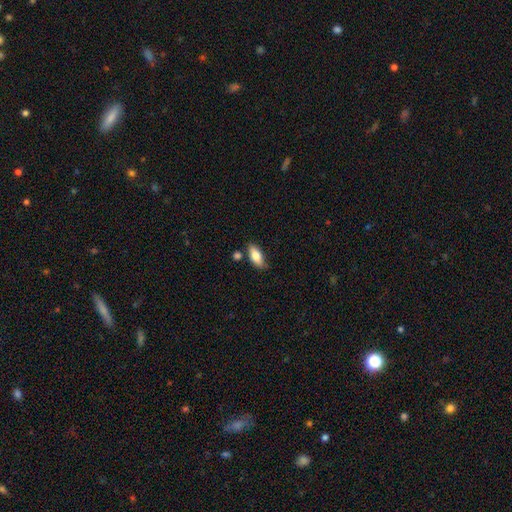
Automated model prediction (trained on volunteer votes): Smooth or featured: smooth — 77% (featured or disk — 16%)
How rounded: in between — 83% (cigar-shaped — 14%)
Merging: none — 74% (minor disturbance — 16%)